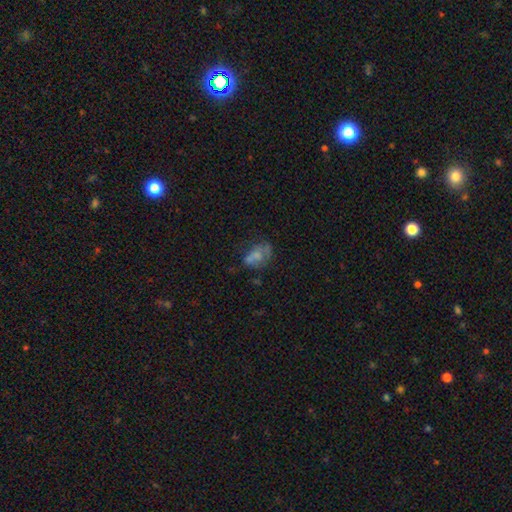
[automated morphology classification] Smooth or featured? smooth (58%)
How rounded? in between (80%)
Merging? none (37%)